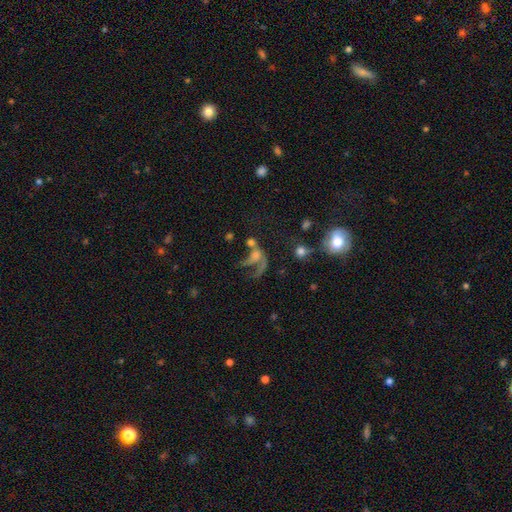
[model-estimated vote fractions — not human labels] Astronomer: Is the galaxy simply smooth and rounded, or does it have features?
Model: featured or disk — 57%.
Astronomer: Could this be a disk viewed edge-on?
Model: no — 95%.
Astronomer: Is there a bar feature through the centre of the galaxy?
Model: no — 66%.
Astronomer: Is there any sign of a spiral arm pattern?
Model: yes — 67%.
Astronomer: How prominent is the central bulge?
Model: none — 32% (runner-up: small, 27%).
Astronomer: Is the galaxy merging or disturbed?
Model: major disturbance — 39% (runner-up: none, 27%).